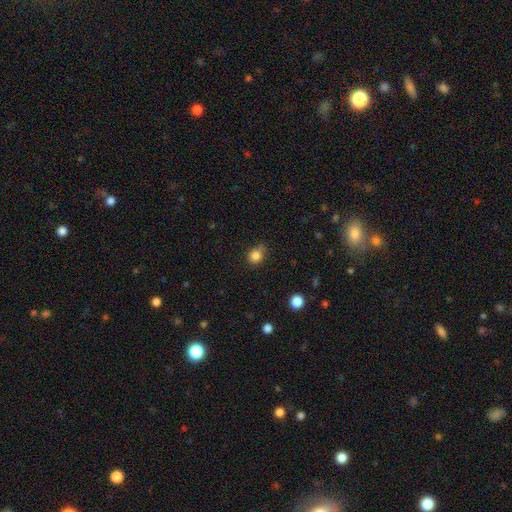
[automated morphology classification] A smooth galaxy with no disk features (82%) that is round (73%). Merging: none (63%).